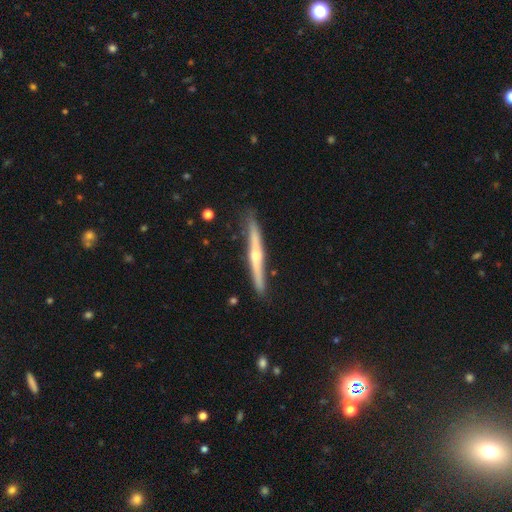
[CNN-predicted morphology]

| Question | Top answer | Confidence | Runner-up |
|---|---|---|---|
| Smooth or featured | featured or disk | 69% | smooth (26%) |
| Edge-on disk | yes | 97% | no (3%) |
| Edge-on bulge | rounded | 81% | none (15%) |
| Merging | none | 86% | minor disturbance (11%) |